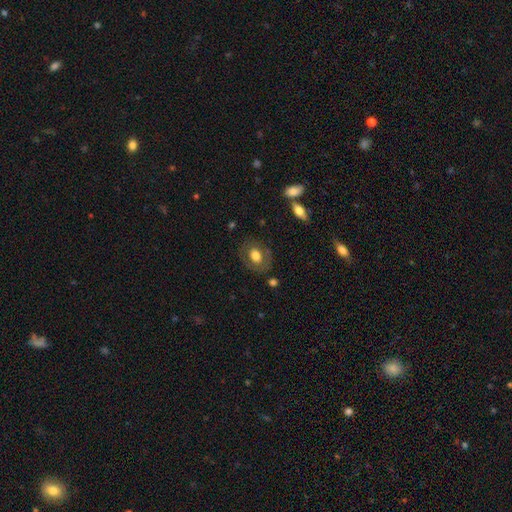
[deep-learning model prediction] Smooth or featured? smooth (62%)
How rounded? in between (64%)
Merging? none (78%)